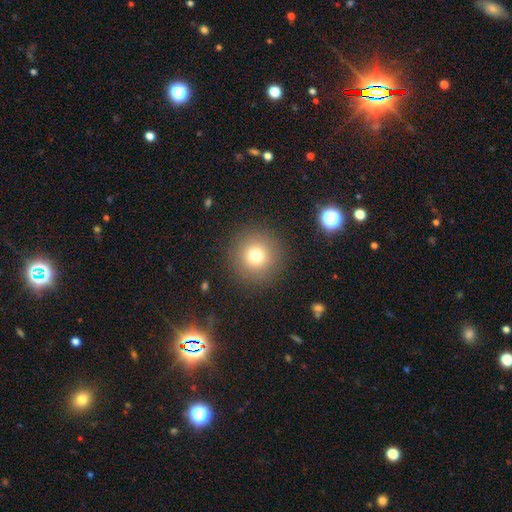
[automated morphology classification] Overall: smooth (75%). How rounded: round (95%). Merging: none (90%).